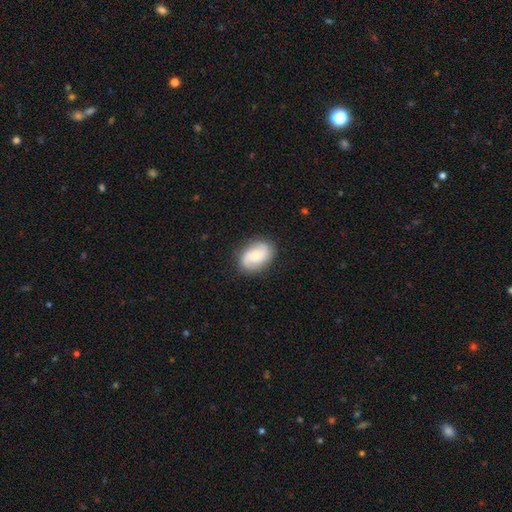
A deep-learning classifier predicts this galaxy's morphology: Smooth or featured: featured or disk — 54% (smooth — 39%)
Edge-on disk: no — 97% (yes — 3%)
Bar: no — 67% (weak — 28%)
Spiral arms: yes — 92% (no — 8%)
Bulge size: small — 47% (moderate — 35%)
Merging: none — 83% (minor disturbance — 13%)